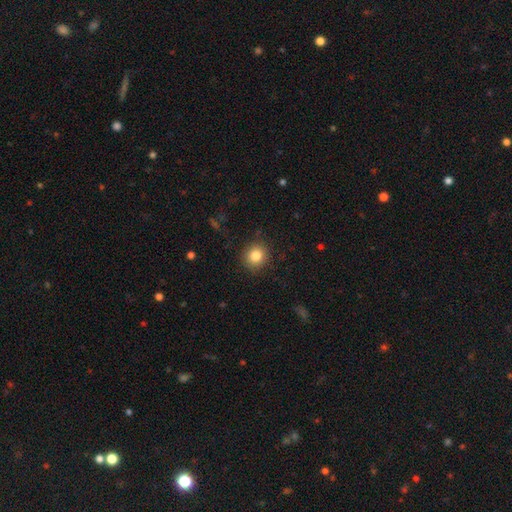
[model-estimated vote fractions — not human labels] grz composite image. It shows a smooth galaxy with no disk features (84%) that is round (89%). Merging: none (89%).